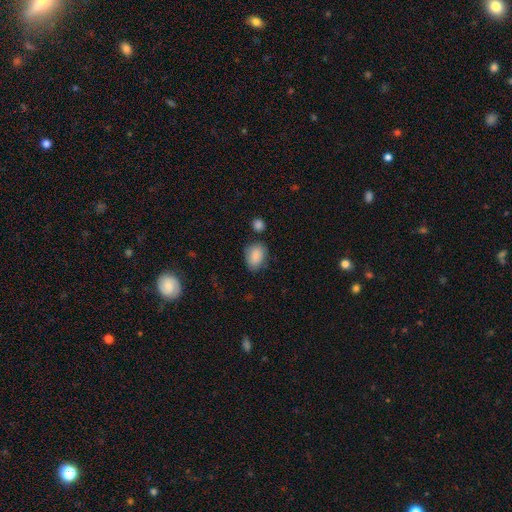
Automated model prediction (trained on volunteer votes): smooth_or_featured: smooth (p=0.87) [alt: star or artifact p=0.07]
how_rounded: in between (p=0.76) [alt: round p=0.23]
merging: none (p=0.72) [alt: minor disturbance p=0.18]